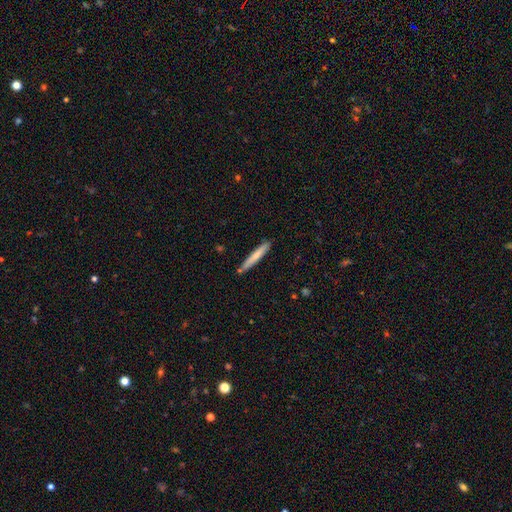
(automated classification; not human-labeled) This is likely a smooth galaxy (69%). How rounded: clearly cigar-shaped (95%). Merging: clearly none (84%).